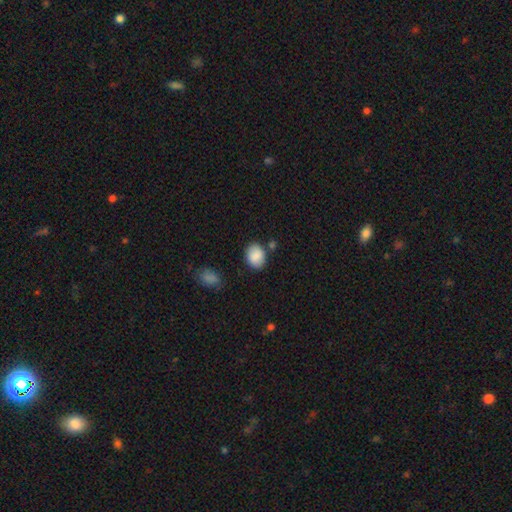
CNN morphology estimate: This appears to be a smooth galaxy with no disk features (88%) that is in between round and cigar-shaped (58%). Merging: none (75%).